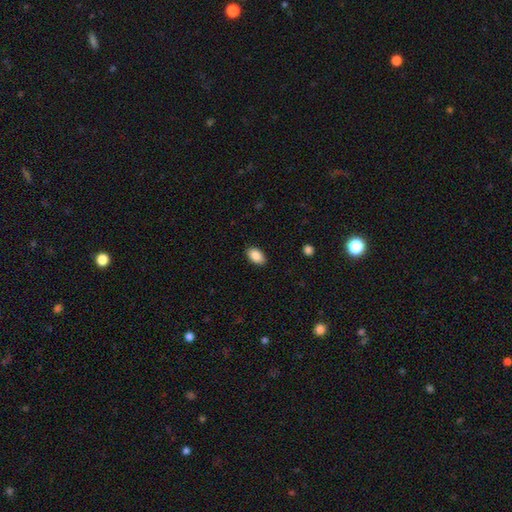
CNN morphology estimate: The model was most divided on "merging": none: 88%, minor disturbance: 9%, major disturbance: 2%, merger: 1%. More confident: how rounded — in between (93%); smooth or featured — smooth (88%).